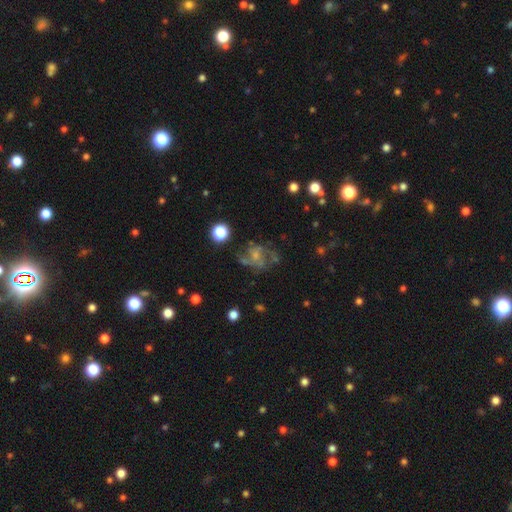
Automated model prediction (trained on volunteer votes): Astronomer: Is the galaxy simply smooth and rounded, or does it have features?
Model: featured or disk — 59%.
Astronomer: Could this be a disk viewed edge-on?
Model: no — 98%.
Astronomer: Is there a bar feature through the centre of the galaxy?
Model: no — 71%.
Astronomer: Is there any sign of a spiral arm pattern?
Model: yes — 65%.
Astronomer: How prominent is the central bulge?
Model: small — 52%.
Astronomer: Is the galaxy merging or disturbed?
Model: none — 45% (runner-up: major disturbance, 28%).